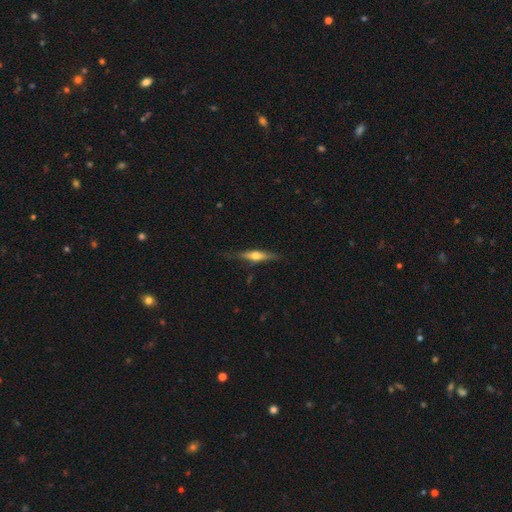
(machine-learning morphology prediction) The model was most divided on "smooth or featured": featured or disk: 57%, smooth: 37%, star or artifact: 6%. More confident: edge-on disk — yes (94%); edge-on bulge — rounded (91%); merging — none (80%).